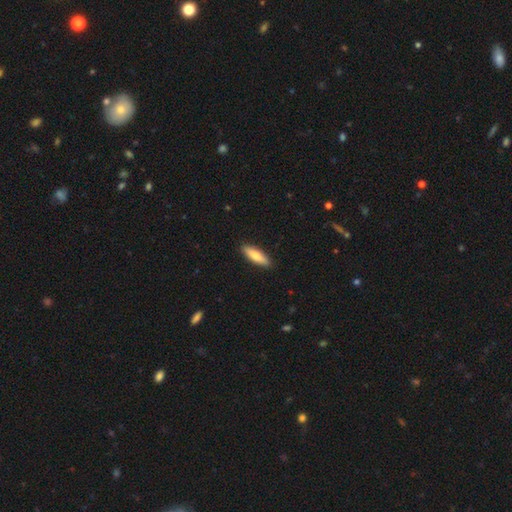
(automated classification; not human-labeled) The model was most divided on "how rounded": cigar-shaped: 60%, in between: 38%, round: 2%. More confident: merging — none (90%); smooth or featured — smooth (74%).